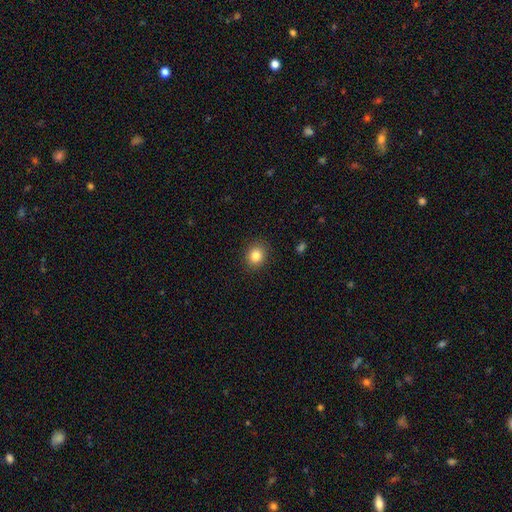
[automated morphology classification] Q: Smooth or featured?
A: smooth (83%); runner-up: star or artifact (10%)
Q: How rounded?
A: round (71%); runner-up: in between (28%)
Q: Merging?
A: none (89%); runner-up: minor disturbance (7%)